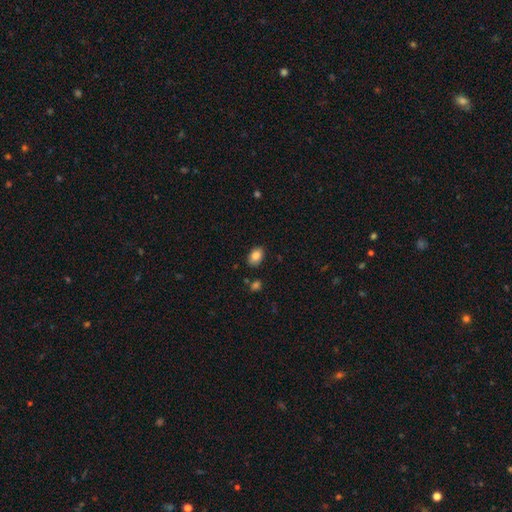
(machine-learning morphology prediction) A smooth galaxy with no disk features (85%) that is in between round and cigar-shaped (83%). Merging: none (83%).